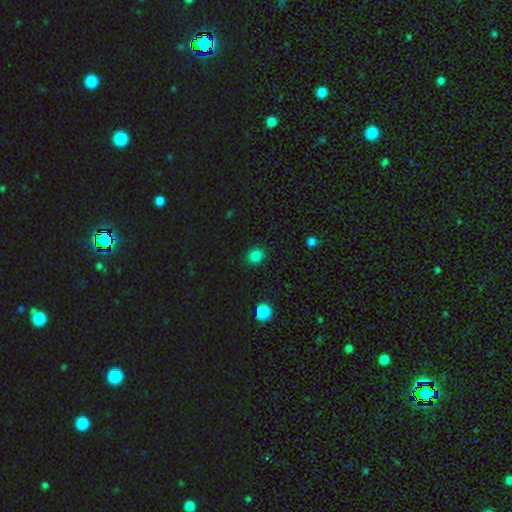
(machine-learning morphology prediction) Smooth or featured?
  - smooth: 84% *
  - star or artifact: 13%
  - featured or disk: 3%
How rounded?
  - round: 78% *
  - in between: 21%
  - cigar-shaped: 1%
Merging?
  - none: 90% *
  - minor disturbance: 7%
  - major disturbance: 2%
  - merger: 1%